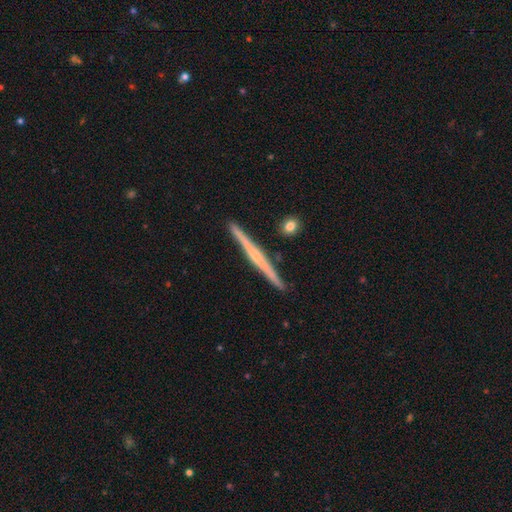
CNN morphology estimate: A featured or disk galaxy (71%) viewed edge-on (98%) with a rounded central bulge (47%). Merging: none (90%).